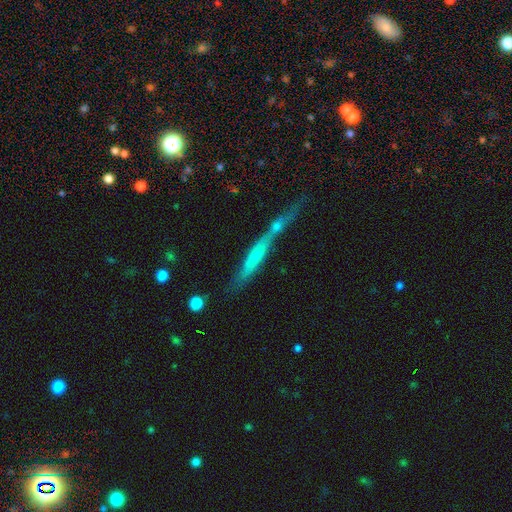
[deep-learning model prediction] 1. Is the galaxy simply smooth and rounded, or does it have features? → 53% featured or disk, 37% smooth, 11% star or artifact.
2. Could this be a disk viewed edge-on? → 85% yes, 15% no.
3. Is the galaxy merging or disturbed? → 47% none, 28% merger, 16% minor disturbance, 9% major disturbance.